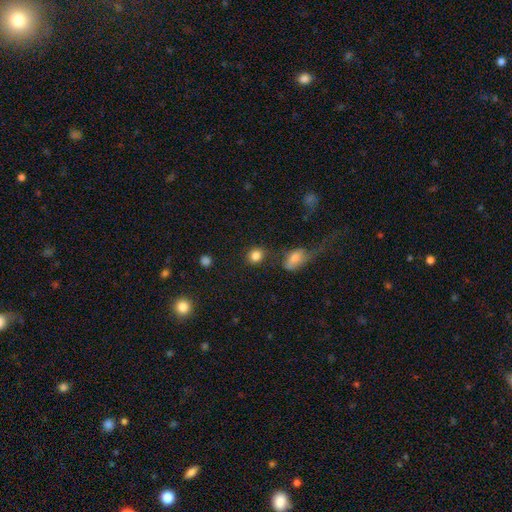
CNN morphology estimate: Overall: smooth (85%). How rounded: round (69%; in between 30%). Merging: none (80%).